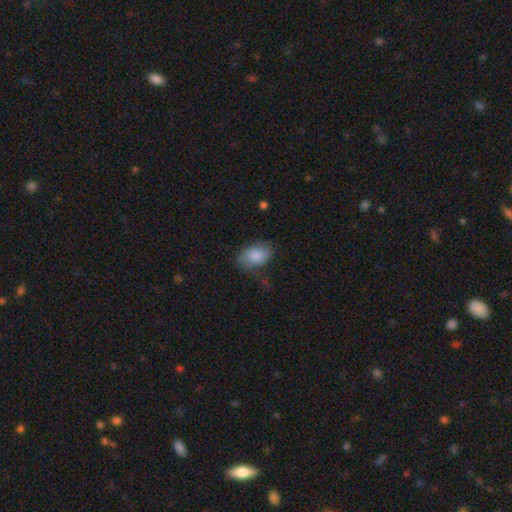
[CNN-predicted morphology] Smooth or featured: smooth — 82% (featured or disk — 11%)
How rounded: in between — 82% (round — 17%)
Merging: none — 62% (minor disturbance — 25%)